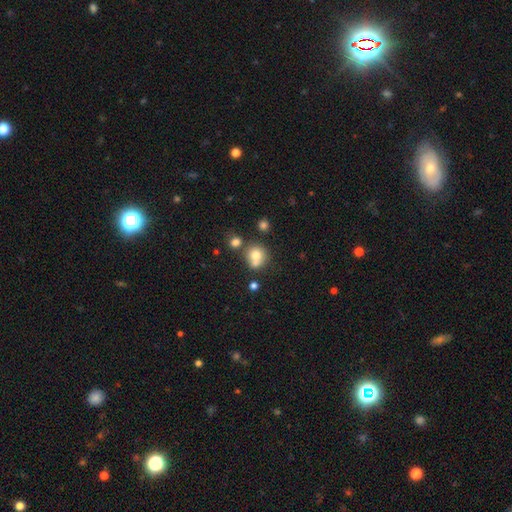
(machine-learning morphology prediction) Smooth or featured? Predicted: smooth (p=0.73). How rounded? Predicted: round (p=0.82). Merging? Predicted: none (p=0.49).